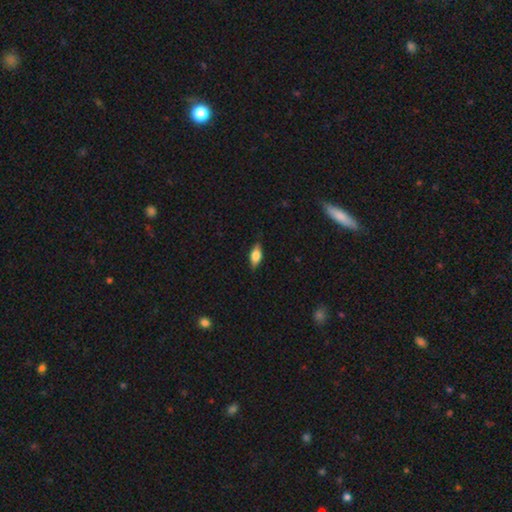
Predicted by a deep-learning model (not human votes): Smooth or featured?
  - smooth: 63% *
  - featured or disk: 29%
  - star or artifact: 8%
How rounded?
  - in between: 80% *
  - cigar-shaped: 15%
  - round: 4%
Merging?
  - none: 82% *
  - minor disturbance: 14%
  - major disturbance: 3%
  - merger: 1%